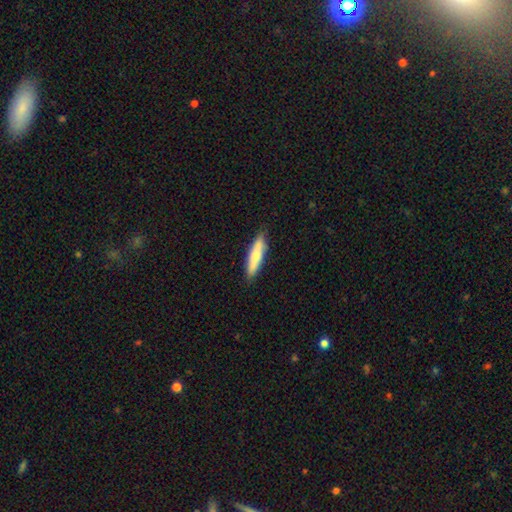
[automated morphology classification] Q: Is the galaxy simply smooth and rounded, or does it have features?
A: smooth — 71%.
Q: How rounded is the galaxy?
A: cigar-shaped — 76%.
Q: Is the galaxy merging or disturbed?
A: none — 85%.